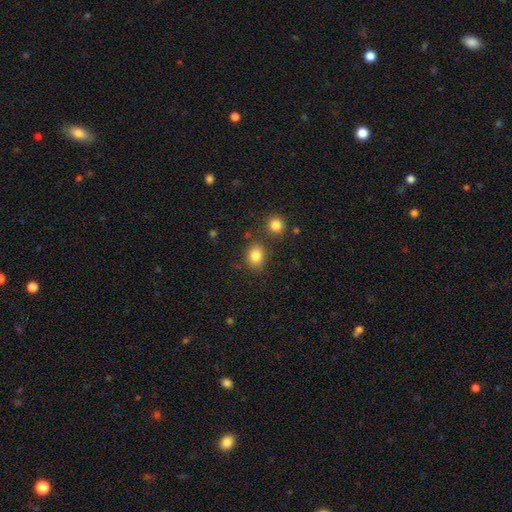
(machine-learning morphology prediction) Smooth or featured? smooth (83%)
How rounded? in between (54%)
Merging? none (75%)